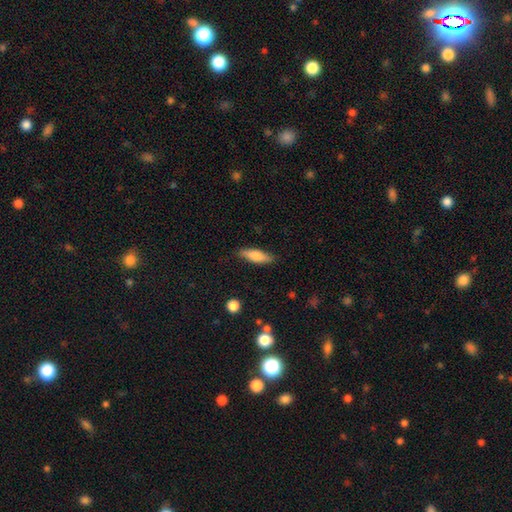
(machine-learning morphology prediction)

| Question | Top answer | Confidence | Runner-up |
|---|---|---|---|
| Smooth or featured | smooth | 75% | featured or disk (19%) |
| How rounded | cigar-shaped | 53% | in between (45%) |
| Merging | none | 85% | minor disturbance (11%) |